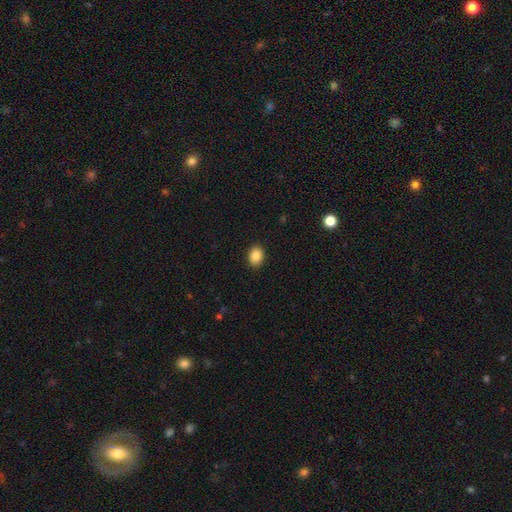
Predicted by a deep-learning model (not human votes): Smooth or featured? Predicted: smooth (p=0.87). How rounded? Predicted: in between (p=0.64). Merging? Predicted: none (p=0.90).